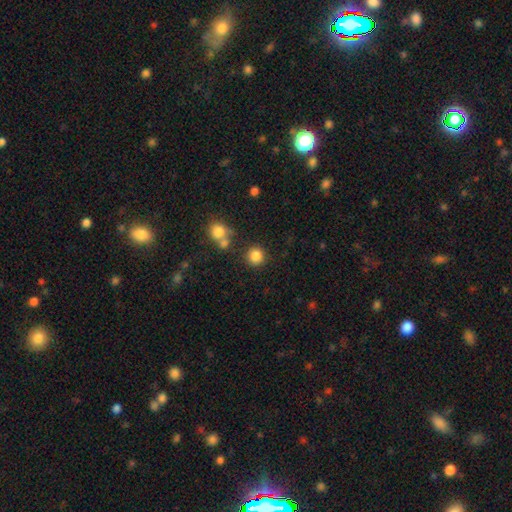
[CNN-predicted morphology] smooth_or_featured: smooth (p=0.85) [alt: star or artifact p=0.11]
how_rounded: round (p=0.91) [alt: in between p=0.08]
merging: none (p=0.80) [alt: minor disturbance p=0.08]